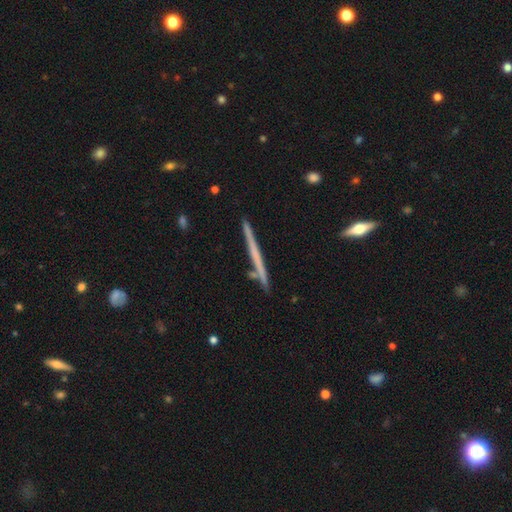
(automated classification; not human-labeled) smooth-or-featured: featured or disk: 57% | smooth: 37% | star or artifact: 6%
  disk-edge-on: yes: 98% | no: 2%
    edge-on-bulge: none: 84% | rounded: 12% | boxy: 4%
  merging: none: 89% | minor disturbance: 8% | merger: 2% | major disturbance: 1%